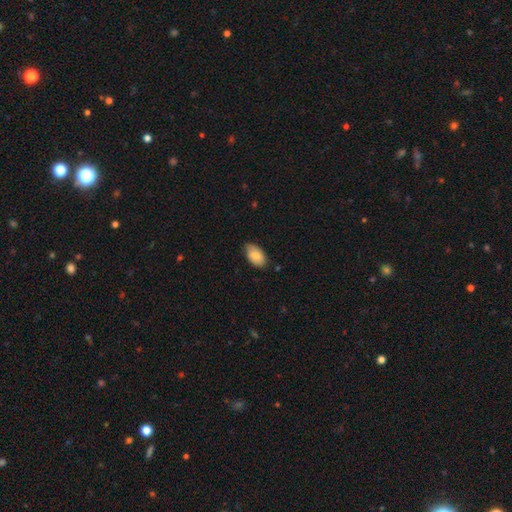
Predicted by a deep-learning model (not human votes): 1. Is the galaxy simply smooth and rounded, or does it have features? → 79% smooth, 14% featured or disk, 6% star or artifact.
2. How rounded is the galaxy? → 94% in between, 4% round, 2% cigar-shaped.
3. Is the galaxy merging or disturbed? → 70% none, 25% minor disturbance, 4% major disturbance, 1% merger.